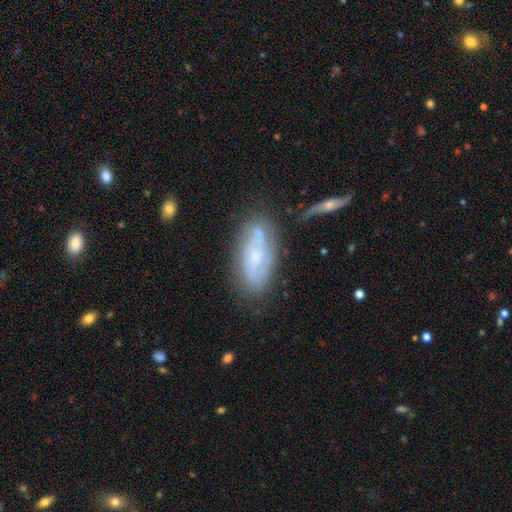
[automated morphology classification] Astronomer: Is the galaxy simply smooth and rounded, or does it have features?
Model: featured or disk — 61%.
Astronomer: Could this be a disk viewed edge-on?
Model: no — 88%.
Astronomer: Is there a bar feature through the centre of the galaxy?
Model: no — 61%.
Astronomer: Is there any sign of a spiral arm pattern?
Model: yes — 82%.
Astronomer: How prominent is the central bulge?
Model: small — 54%.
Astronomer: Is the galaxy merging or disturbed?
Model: none — 64%.